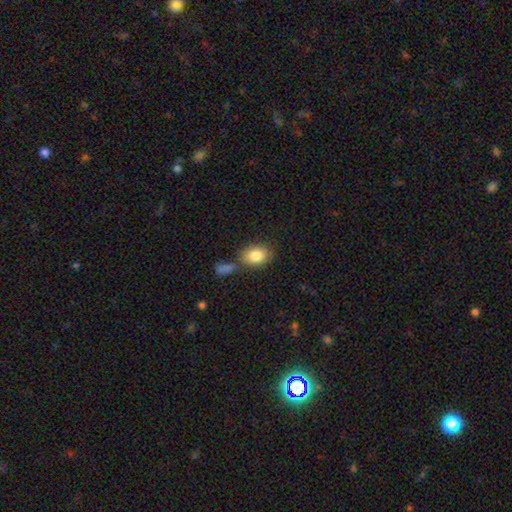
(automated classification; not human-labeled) The model was most divided on "merging": none: 64%, merger: 17%, minor disturbance: 14%, major disturbance: 5%. More confident: smooth or featured — smooth (84%); how rounded — in between (80%).